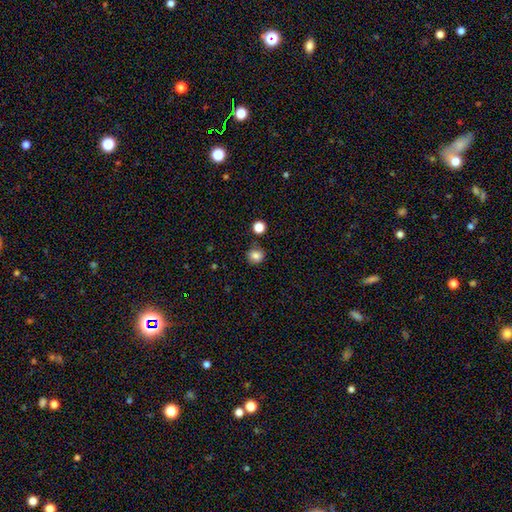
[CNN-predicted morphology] A smooth galaxy with no disk features (83%) that is round (87%).

Vote fractions:
- Smooth or featured? smooth: 83% / star or artifact: 11% / featured or disk: 6%
- How rounded? round: 87% / in between: 12% / cigar-shaped: 1%
- Merging? none: 80% / minor disturbance: 12% / merger: 5% / major disturbance: 3%